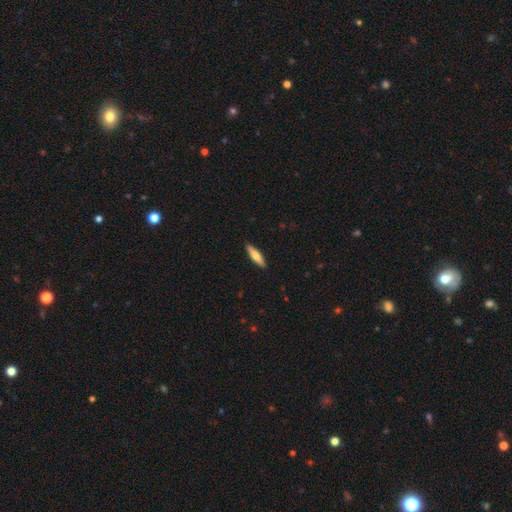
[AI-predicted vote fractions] The model was most divided on "smooth or featured": smooth: 66%, featured or disk: 28%, star or artifact: 6%. More confident: merging — none (90%); how rounded — cigar-shaped (72%).